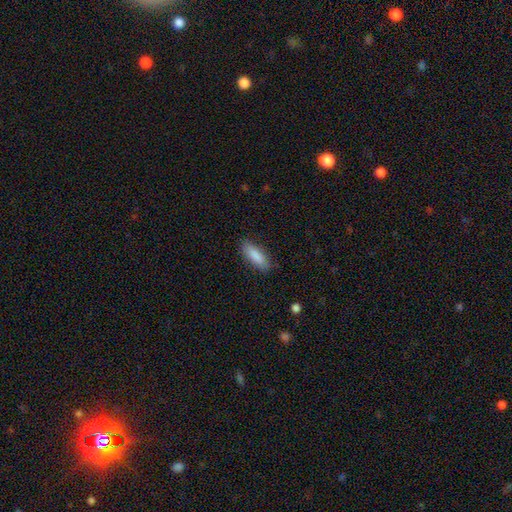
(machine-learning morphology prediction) Smooth or featured? smooth (87%)
How rounded? in between (59%)
Merging? none (85%)